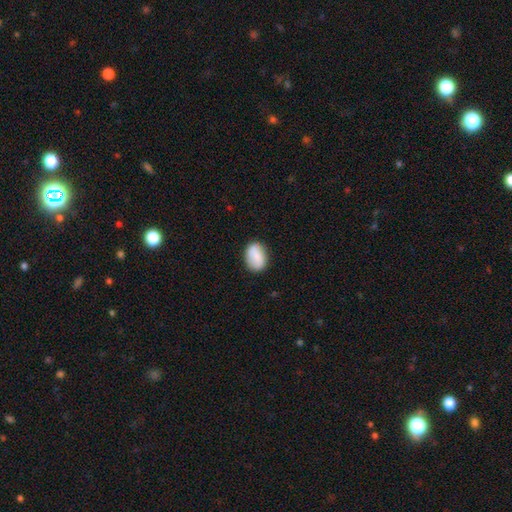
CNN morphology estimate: smooth-or-featured: smooth: 79% | featured or disk: 14% | star or artifact: 7%
  how-rounded: in between: 78% | round: 21% | cigar-shaped: 2%
  merging: none: 82% | minor disturbance: 13% | major disturbance: 3% | merger: 2%